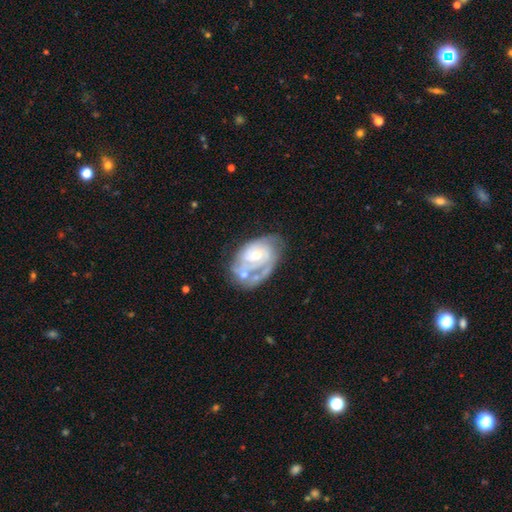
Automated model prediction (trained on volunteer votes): Morphology: type=featured or disk (76%); edge-on=no (97%); bar=no (68%); spiral arms=yes (80%); winding=tight (57%); arm count=can't tell (37%); bulge=moderate (48%); merging=none (38%).